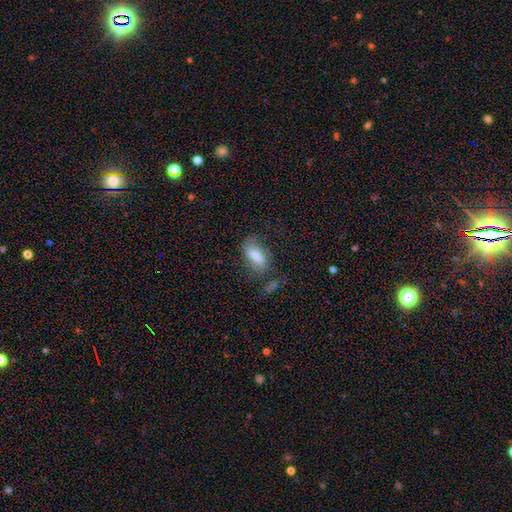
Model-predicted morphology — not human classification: Smooth or featured?
  - smooth: 71% *
  - featured or disk: 19%
  - star or artifact: 10%
How rounded?
  - in between: 85% *
  - cigar-shaped: 10%
  - round: 5%
Merging?
  - none: 57% *
  - minor disturbance: 24%
  - major disturbance: 13%
  - merger: 6%